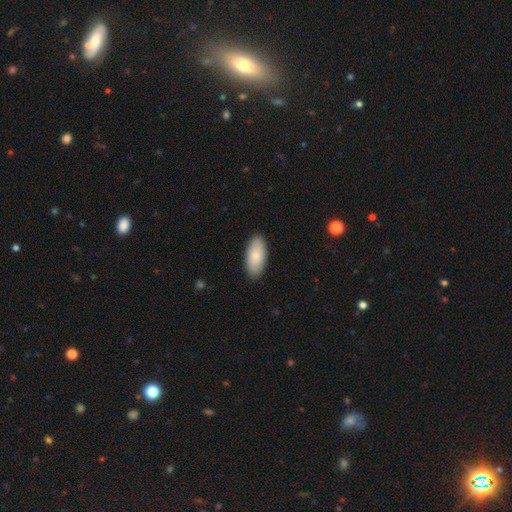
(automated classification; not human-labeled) Smooth or featured?
  - smooth: 83% *
  - featured or disk: 12%
  - star or artifact: 5%
How rounded?
  - in between: 91% *
  - cigar-shaped: 7%
  - round: 2%
Merging?
  - none: 88% *
  - minor disturbance: 9%
  - major disturbance: 2%
  - merger: 1%